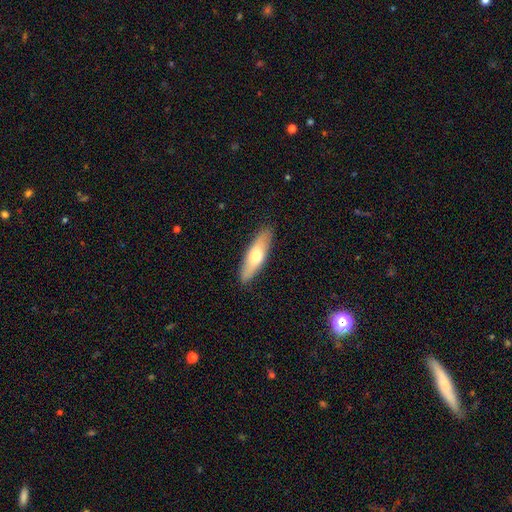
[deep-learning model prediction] The model was most divided on "how rounded": cigar-shaped: 54%, in between: 44%, round: 2%. More confident: merging — none (88%); smooth or featured — smooth (61%).